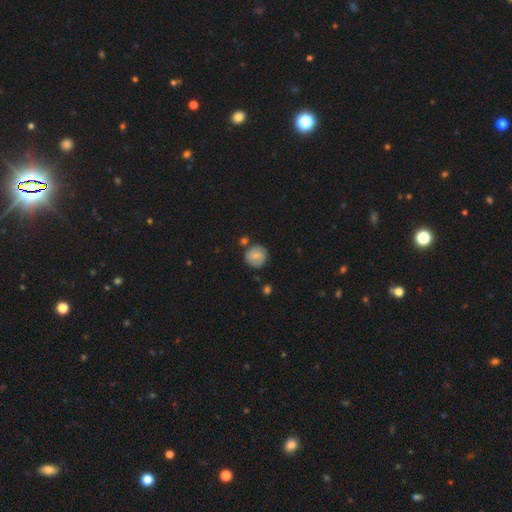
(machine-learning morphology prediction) The model was most divided on "smooth or featured": smooth: 77%, featured or disk: 16%, star or artifact: 7%. More confident: how rounded — round (92%); merging — none (77%).